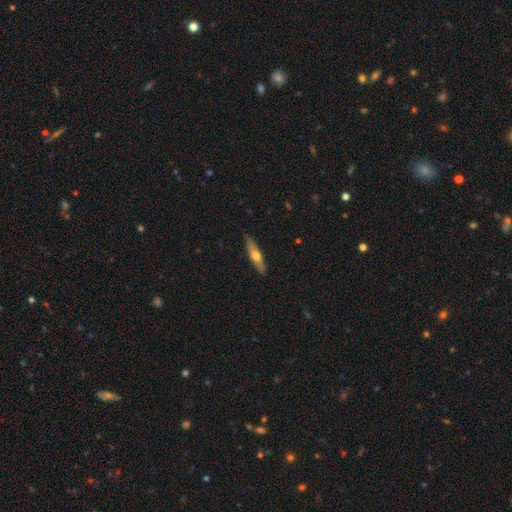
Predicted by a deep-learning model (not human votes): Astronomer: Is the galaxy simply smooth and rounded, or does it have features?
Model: smooth — 53% (runner-up: featured or disk, 42%).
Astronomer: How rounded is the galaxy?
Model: cigar-shaped — 78%.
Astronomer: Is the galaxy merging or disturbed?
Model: none — 87%.